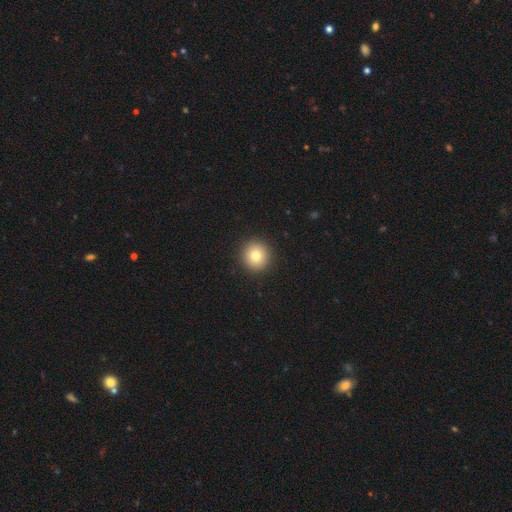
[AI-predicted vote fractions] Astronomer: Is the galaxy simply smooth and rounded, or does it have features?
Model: smooth — 80%.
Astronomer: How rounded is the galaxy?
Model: round — 94%.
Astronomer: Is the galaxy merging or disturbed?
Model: none — 93%.